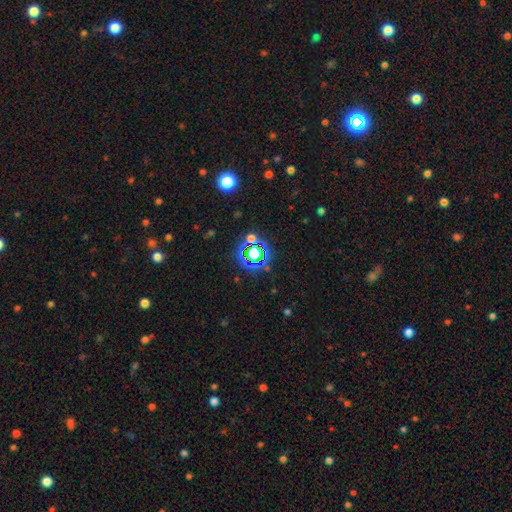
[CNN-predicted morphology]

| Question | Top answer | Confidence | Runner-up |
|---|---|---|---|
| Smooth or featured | star or artifact | 68% | smooth (22%) |